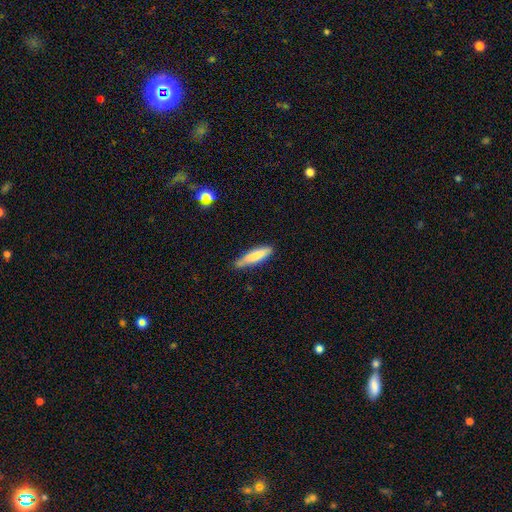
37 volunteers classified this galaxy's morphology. This is clearly a smooth galaxy (84%). How rounded: clearly cigar-shaped (84%). Merging: likely none (72%).